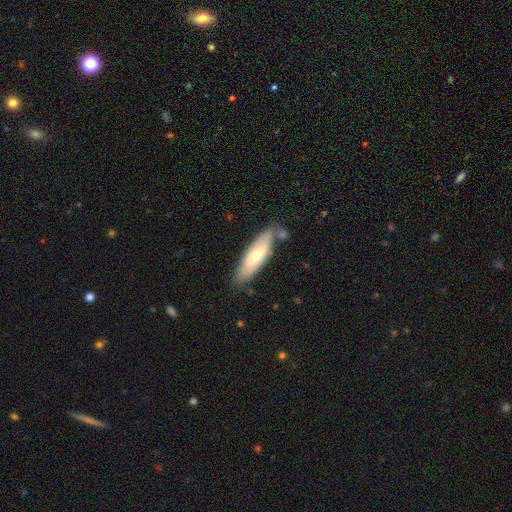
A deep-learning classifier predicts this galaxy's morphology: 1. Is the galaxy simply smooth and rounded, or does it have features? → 57% smooth, 38% featured or disk, 6% star or artifact.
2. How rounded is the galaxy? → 59% cigar-shaped, 40% in between, 2% round.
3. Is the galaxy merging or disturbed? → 74% none, 16% minor disturbance, 6% merger, 4% major disturbance.